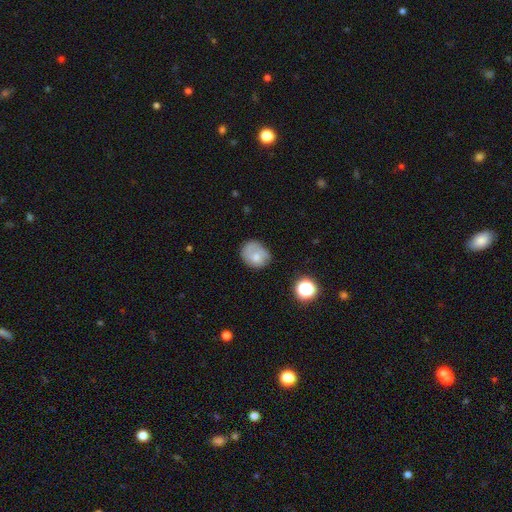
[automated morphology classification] type=smooth (69%); roundness=round (56%); merging=none (53%).